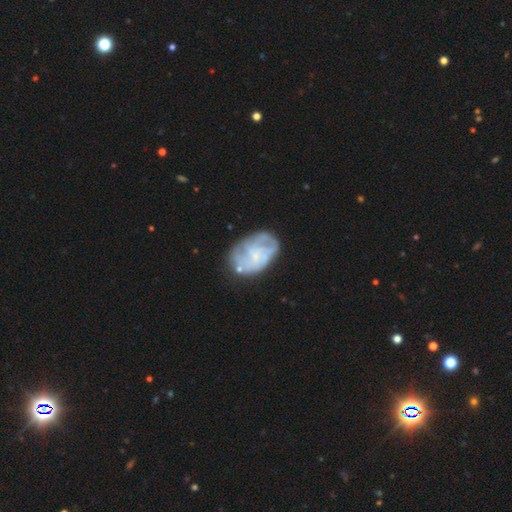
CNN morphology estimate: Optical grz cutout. It shows a featured or disk galaxy (62%) with no bar (73%), spiral arms (57%) and a small central bulge (49%). Merging: none (52%).